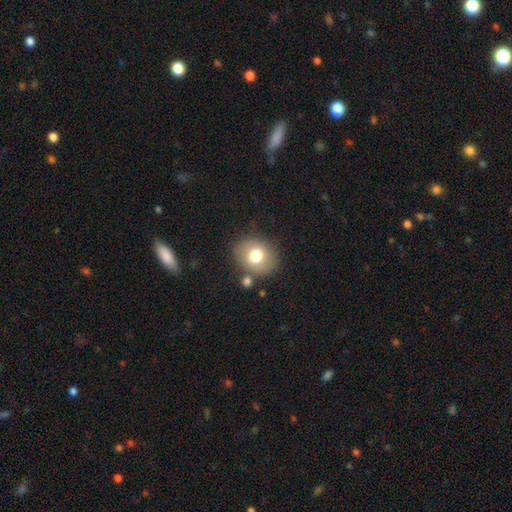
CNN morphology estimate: Smooth or featured: smooth — 73% (featured or disk — 17%)
How rounded: round — 67% (in between — 32%)
Merging: none — 76% (minor disturbance — 12%)